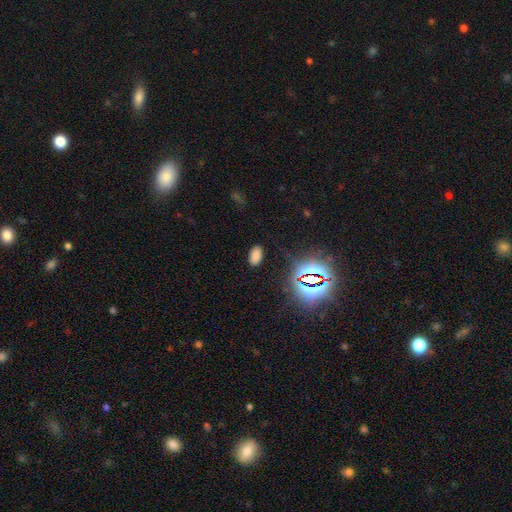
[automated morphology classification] smooth_or_featured: smooth (p=0.70) [alt: star or artifact p=0.24]
how_rounded: in between (p=0.93) [alt: round p=0.04]
merging: none (p=0.85) [alt: minor disturbance p=0.10]